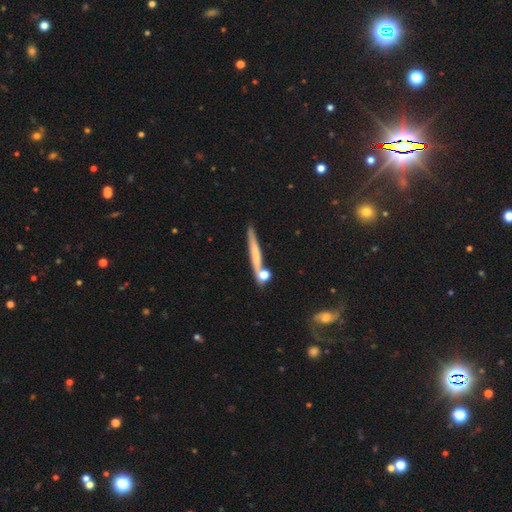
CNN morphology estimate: Smooth or featured? smooth (53%)
How rounded? cigar-shaped (92%)
Merging? none (75%)